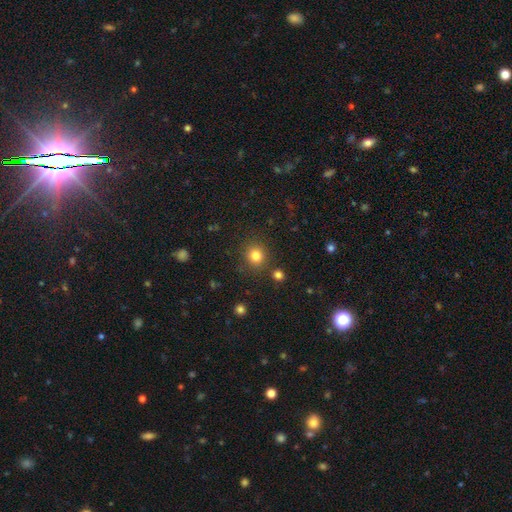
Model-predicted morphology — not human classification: Smooth or featured? Predicted: smooth (p=0.82). How rounded? Predicted: round (p=0.88). Merging? Predicted: none (p=0.85).